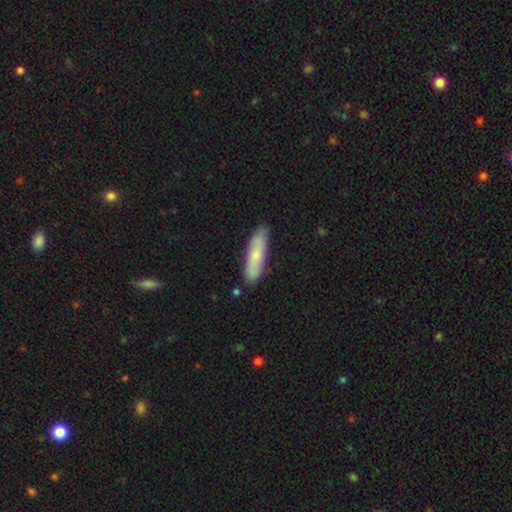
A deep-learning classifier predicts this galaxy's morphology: Smooth or featured: smooth — 68% (featured or disk — 27%)
How rounded: cigar-shaped — 74% (in between — 24%)
Merging: none — 84% (minor disturbance — 12%)